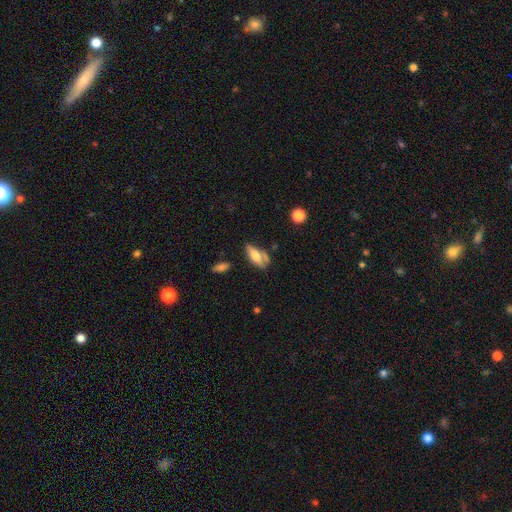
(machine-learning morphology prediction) A smooth galaxy with no disk features (59%) that is in between round and cigar-shaped (76%). Merging: none (46%).